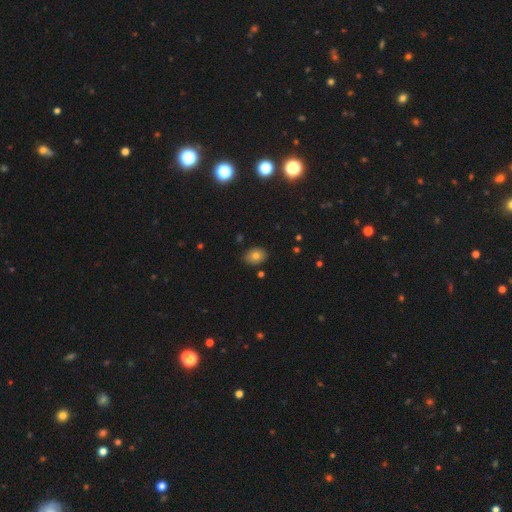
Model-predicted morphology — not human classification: This appears to be a smooth galaxy with no disk features (77%) that is in between round and cigar-shaped (69%). Merging: none (84%).